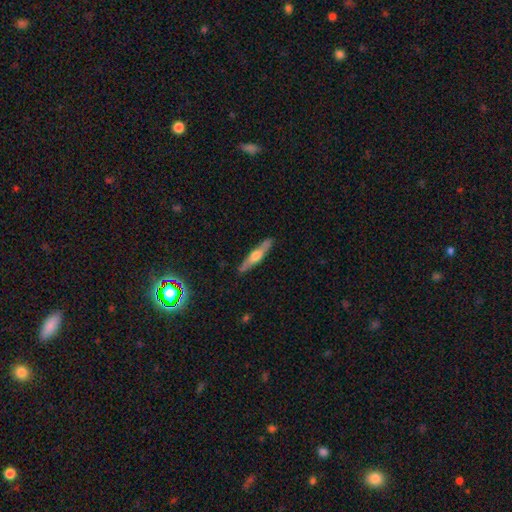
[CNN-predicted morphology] smooth-or-featured: featured or disk: 54% | smooth: 40% | star or artifact: 5%
  disk-edge-on: yes: 93% | no: 7%
    edge-on-bulge: rounded: 89% | none: 6% | boxy: 5%
  merging: none: 89% | minor disturbance: 9% | major disturbance: 2% | merger: 1%